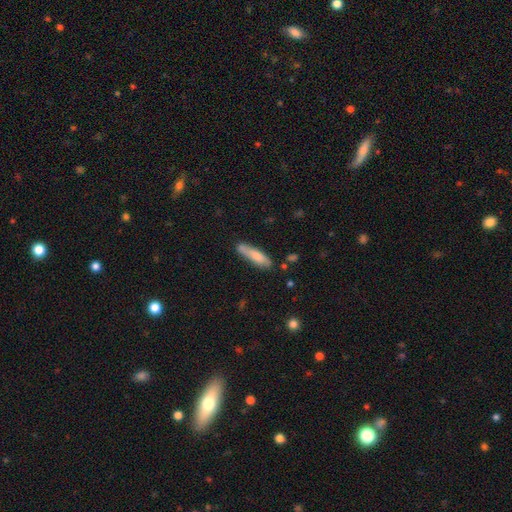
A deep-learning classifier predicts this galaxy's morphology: A smooth galaxy with no disk features (75%) that is cigar-shaped (76%).

Vote fractions:
- Smooth or featured? smooth: 75% / featured or disk: 19% / star or artifact: 6%
- How rounded? cigar-shaped: 76% / in between: 23% / round: 2%
- Merging? none: 72% / minor disturbance: 19% / merger: 5% / major disturbance: 4%